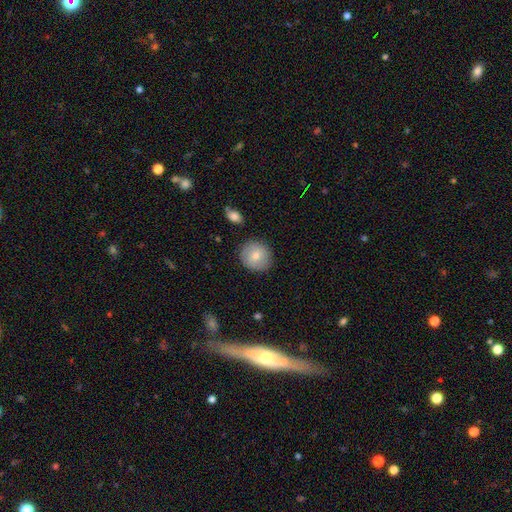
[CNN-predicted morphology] A smooth galaxy with no disk features (76%) that is round (90%).

Vote fractions:
- Smooth or featured? smooth: 76% / featured or disk: 17% / star or artifact: 7%
- How rounded? round: 90% / in between: 9% / cigar-shaped: 1%
- Merging? none: 86% / minor disturbance: 10% / major disturbance: 2% / merger: 2%